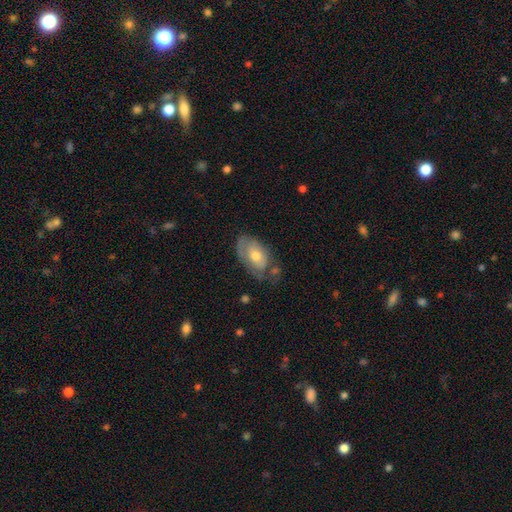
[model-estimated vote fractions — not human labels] Smooth or featured: smooth — 48% (featured or disk — 46%)
Merging: none — 49% (minor disturbance — 31%)